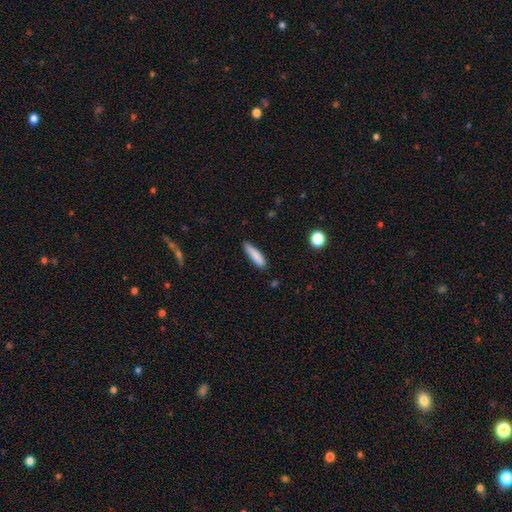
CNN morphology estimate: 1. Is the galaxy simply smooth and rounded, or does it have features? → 84% smooth, 9% featured or disk, 7% star or artifact.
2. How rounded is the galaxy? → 75% cigar-shaped, 24% in between, 2% round.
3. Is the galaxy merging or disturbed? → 77% none, 18% minor disturbance, 3% major disturbance, 2% merger.